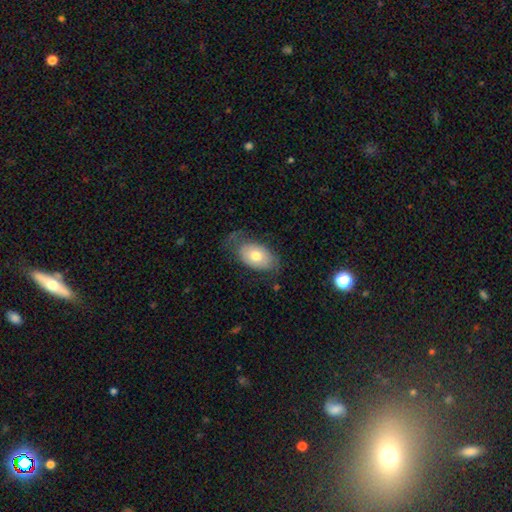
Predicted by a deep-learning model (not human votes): smooth-or-featured: smooth: 66% | featured or disk: 27% | star or artifact: 7%
  how-rounded: in between: 90% | round: 9% | cigar-shaped: 1%
  merging: none: 53% | minor disturbance: 29% | major disturbance: 17% | merger: 2%